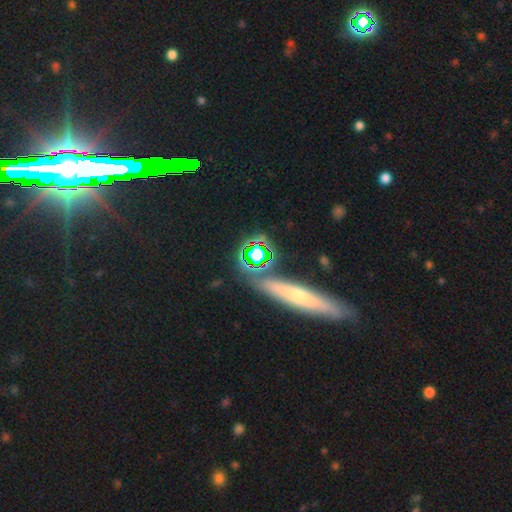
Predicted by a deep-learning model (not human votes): Smooth or featured: star or artifact — 53% (smooth — 31%)